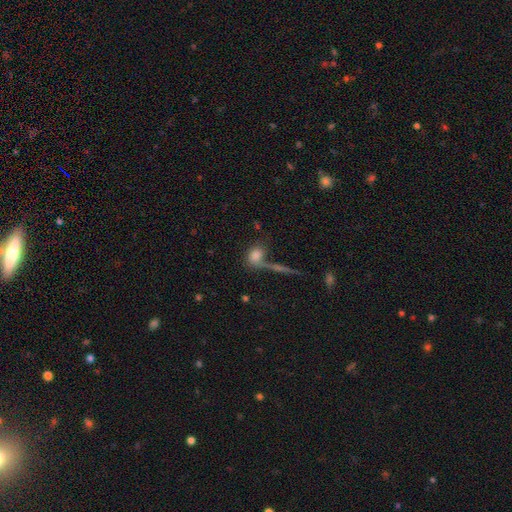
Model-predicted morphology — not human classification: This appears to be a smooth galaxy with no disk features (73%) that is in between round and cigar-shaped (53%). Merging: none (54%).